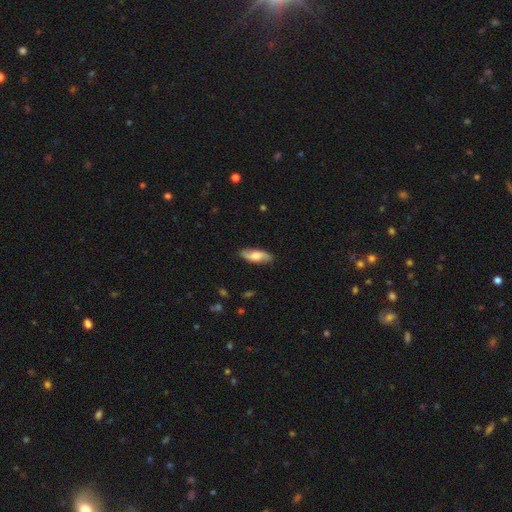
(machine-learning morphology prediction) smooth_or_featured: smooth (p=0.51) [alt: featured or disk p=0.42]
how_rounded: in between (p=0.69) [alt: cigar-shaped p=0.29]
merging: none (p=0.84) [alt: minor disturbance p=0.12]